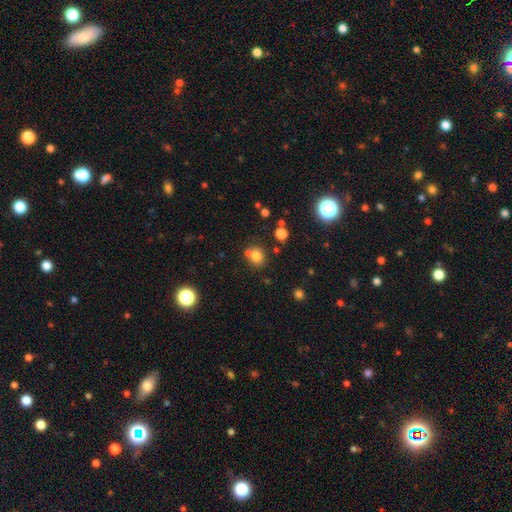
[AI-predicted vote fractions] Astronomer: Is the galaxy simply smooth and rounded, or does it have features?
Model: smooth — 76%.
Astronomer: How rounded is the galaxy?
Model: round — 77%.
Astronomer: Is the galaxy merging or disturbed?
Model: none — 62%.